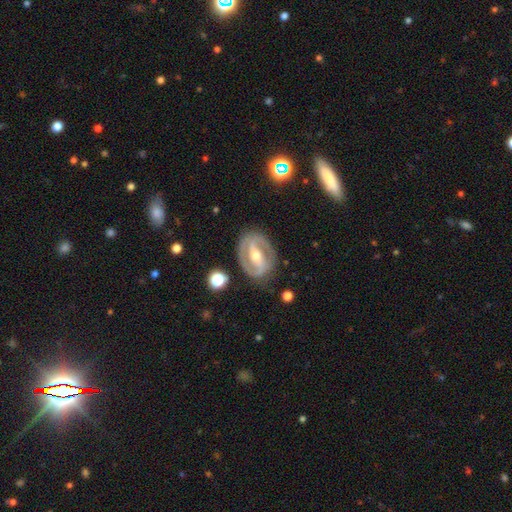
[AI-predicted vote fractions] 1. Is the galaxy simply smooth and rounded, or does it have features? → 85% featured or disk, 11% smooth, 5% star or artifact.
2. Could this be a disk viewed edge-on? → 95% no, 5% yes.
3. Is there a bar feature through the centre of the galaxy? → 64% strong, 24% weak, 12% no.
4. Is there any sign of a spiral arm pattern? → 84% yes, 16% no.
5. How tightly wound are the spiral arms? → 43% medium (tied), 43% tight (tied), 14% loose.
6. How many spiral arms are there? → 88% 2, 6% can't tell, 3% 1, 1% 3, 1% 4, 1% more than 4.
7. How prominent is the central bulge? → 62% moderate, 33% small, 3% large, 1% none, 1% dominant.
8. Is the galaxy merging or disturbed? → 83% none, 11% minor disturbance, 4% major disturbance, 2% merger.